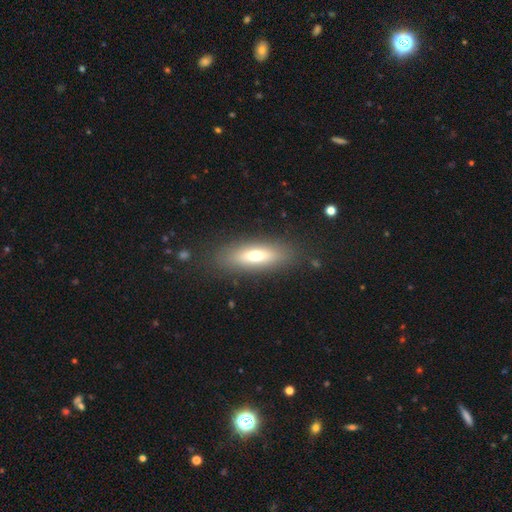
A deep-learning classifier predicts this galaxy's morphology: Smooth or featured?
  - smooth: 63% *
  - featured or disk: 29%
  - star or artifact: 8%
How rounded?
  - in between: 59% *
  - cigar-shaped: 38%
  - round: 3%
Merging?
  - none: 85% *
  - minor disturbance: 9%
  - major disturbance: 4%
  - merger: 1%